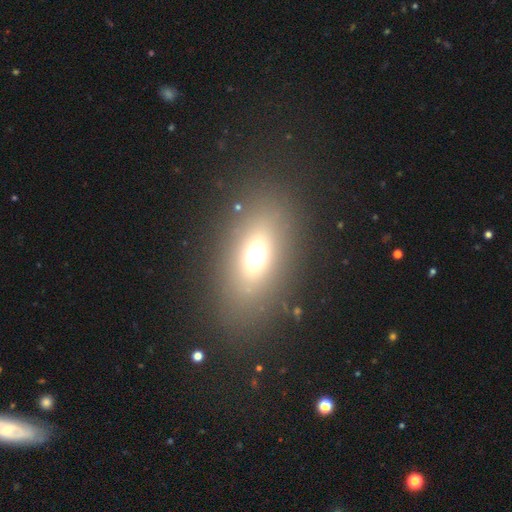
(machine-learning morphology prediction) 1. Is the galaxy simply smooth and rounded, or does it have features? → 62% smooth, 19% star or artifact, 19% featured or disk.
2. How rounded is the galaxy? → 79% in between, 16% round, 5% cigar-shaped.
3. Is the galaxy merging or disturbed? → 82% none, 9% minor disturbance, 7% major disturbance, 2% merger.